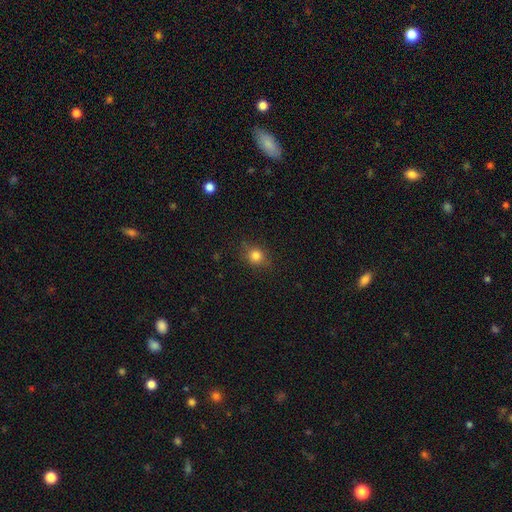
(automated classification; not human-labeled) smooth 81%, star or artifact 12%, featured or disk 7%. Down the decision tree: how rounded — round (76%); merging — none (82%).